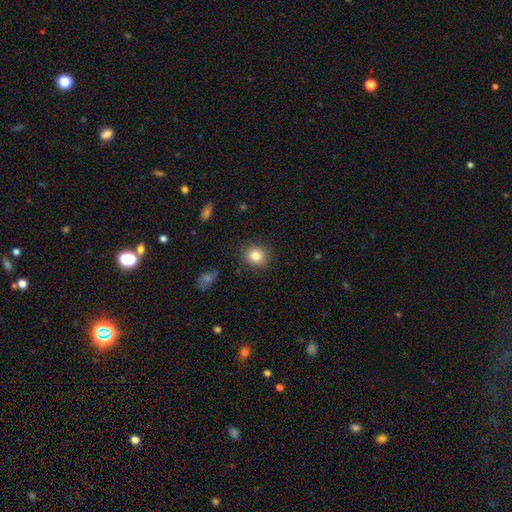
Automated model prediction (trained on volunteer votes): Q: Smooth or featured?
A: smooth (84%); runner-up: star or artifact (10%)
Q: How rounded?
A: round (82%); runner-up: in between (17%)
Q: Merging?
A: none (88%); runner-up: minor disturbance (8%)